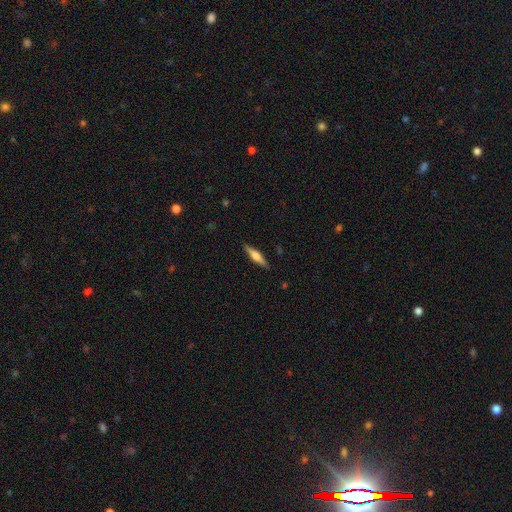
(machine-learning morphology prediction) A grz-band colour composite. It shows a featured or disk galaxy (58%) viewed edge-on (97%) with a rounded central bulge (81%). Merging: none (89%).